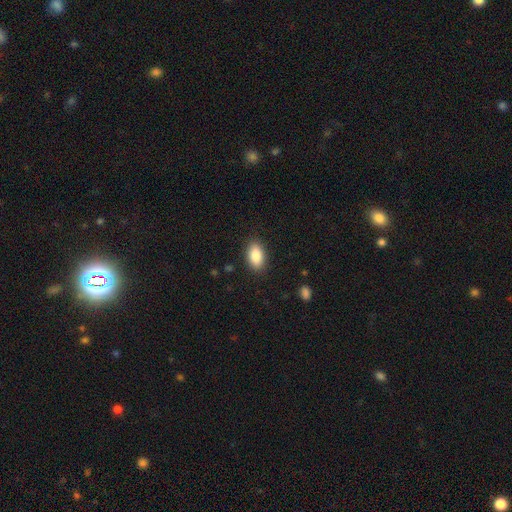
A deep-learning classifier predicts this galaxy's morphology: smooth-or-featured: smooth: 88% | star or artifact: 7% | featured or disk: 5%
  how-rounded: in between: 92% | round: 6% | cigar-shaped: 2%
  merging: none: 88% | minor disturbance: 8% | major disturbance: 2% | merger: 1%